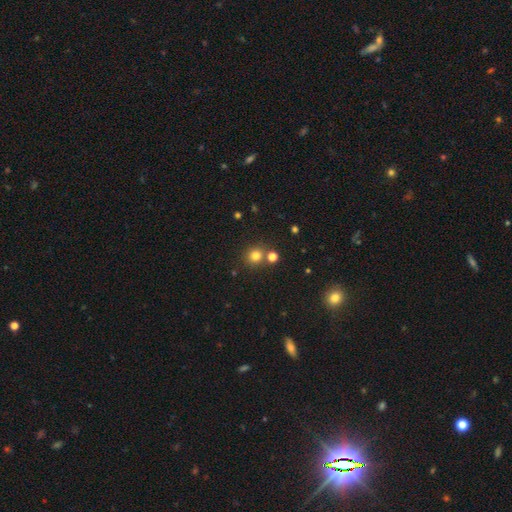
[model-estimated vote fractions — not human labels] Smooth or featured?
  - smooth: 78% *
  - star or artifact: 16%
  - featured or disk: 6%
How rounded?
  - round: 88% *
  - in between: 11%
  - cigar-shaped: 1%
Merging?
  - none: 75% *
  - merger: 15%
  - minor disturbance: 8%
  - major disturbance: 3%